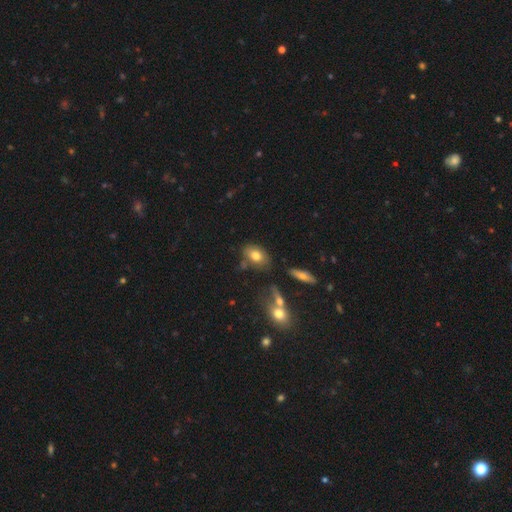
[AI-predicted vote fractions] Smooth or featured?
  - smooth: 77% *
  - featured or disk: 14%
  - star or artifact: 9%
How rounded?
  - in between: 85% *
  - round: 13%
  - cigar-shaped: 2%
Merging?
  - none: 67% *
  - minor disturbance: 17%
  - merger: 11%
  - major disturbance: 5%